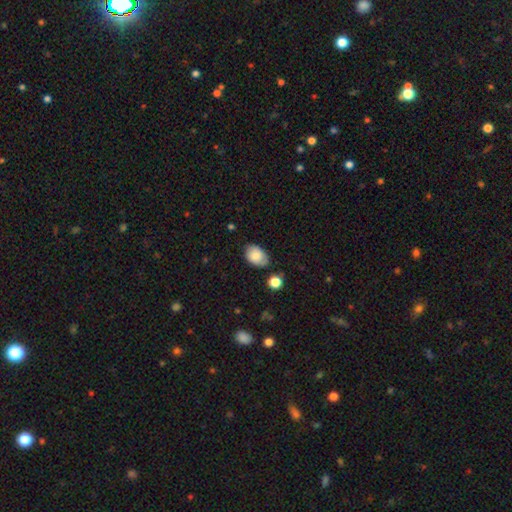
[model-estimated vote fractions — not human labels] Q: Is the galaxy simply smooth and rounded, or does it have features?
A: smooth — 82%.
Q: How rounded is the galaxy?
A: in between — 82%.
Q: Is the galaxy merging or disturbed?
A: none — 68%.